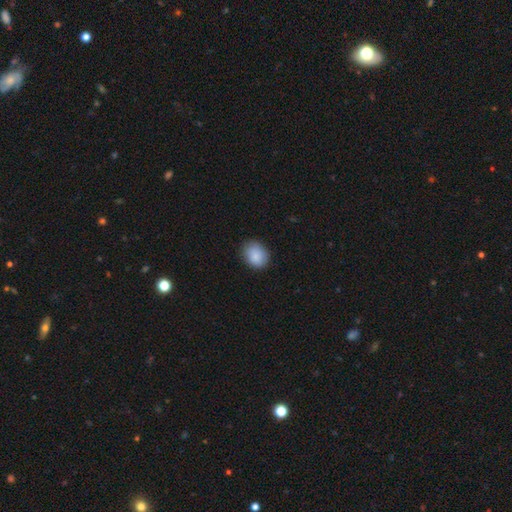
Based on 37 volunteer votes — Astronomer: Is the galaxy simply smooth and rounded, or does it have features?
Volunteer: smooth — 84%.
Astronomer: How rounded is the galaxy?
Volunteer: in between — 55% (runner-up: round, 45%).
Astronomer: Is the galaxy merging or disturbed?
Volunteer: none — 71%.